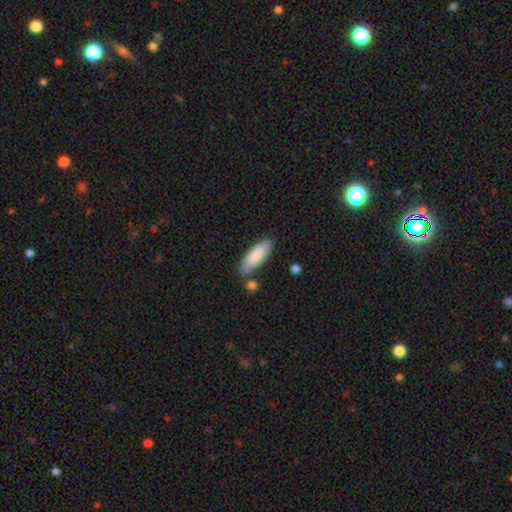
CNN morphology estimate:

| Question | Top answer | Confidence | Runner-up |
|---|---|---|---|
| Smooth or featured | smooth | 84% | featured or disk (10%) |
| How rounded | in between | 64% | cigar-shaped (34%) |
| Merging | none | 75% | minor disturbance (14%) |